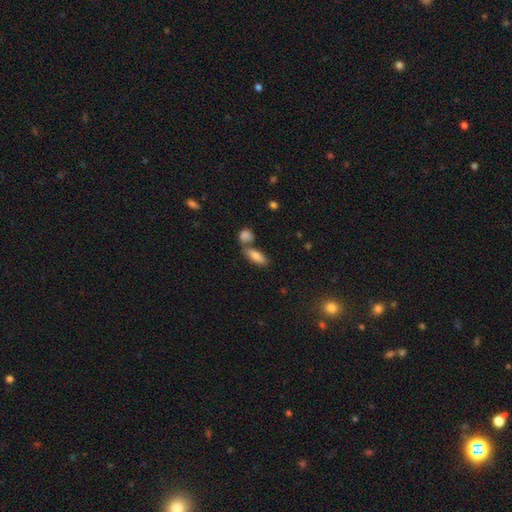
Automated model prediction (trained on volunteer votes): A smooth galaxy with no disk features (76%) that is in between round and cigar-shaped (69%).

Vote fractions:
- Smooth or featured? smooth: 76% / featured or disk: 16% / star or artifact: 8%
- How rounded? in between: 69% / cigar-shaped: 27% / round: 3%
- Merging? none: 63% / merger: 22% / minor disturbance: 12% / major disturbance: 3%